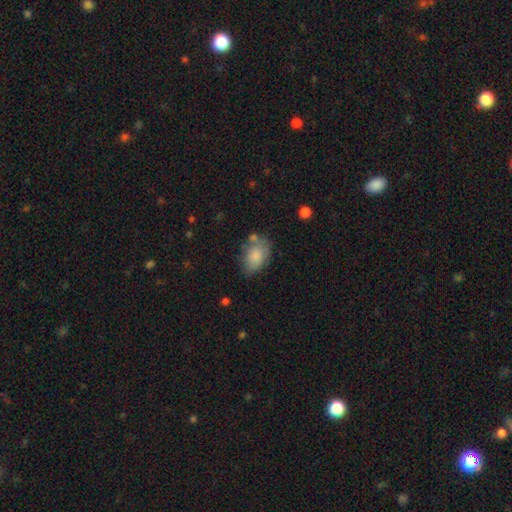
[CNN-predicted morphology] Smooth or featured? smooth (81%)
How rounded? in between (85%)
Merging? none (56%)